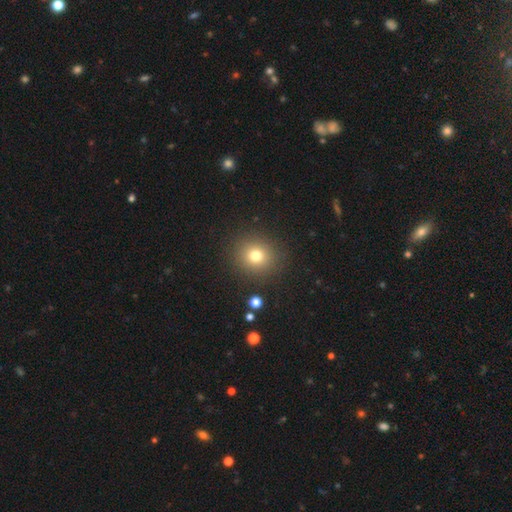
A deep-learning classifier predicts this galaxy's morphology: Q: Smooth or featured?
A: smooth (76%); runner-up: star or artifact (15%)
Q: How rounded?
A: round (89%); runner-up: in between (10%)
Q: Merging?
A: none (89%); runner-up: minor disturbance (6%)